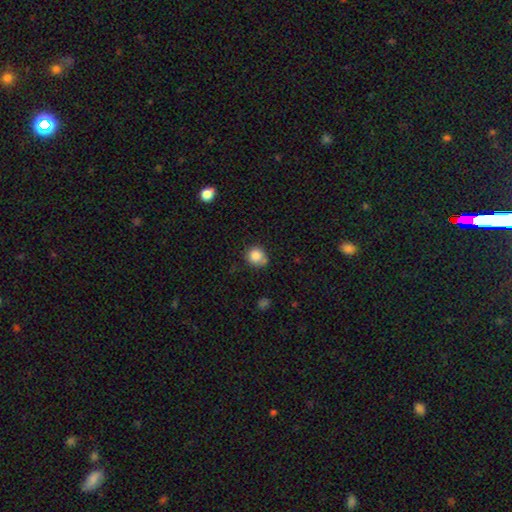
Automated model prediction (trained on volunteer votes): Smooth or featured? smooth (84%)
How rounded? round (86%)
Merging? none (66%)